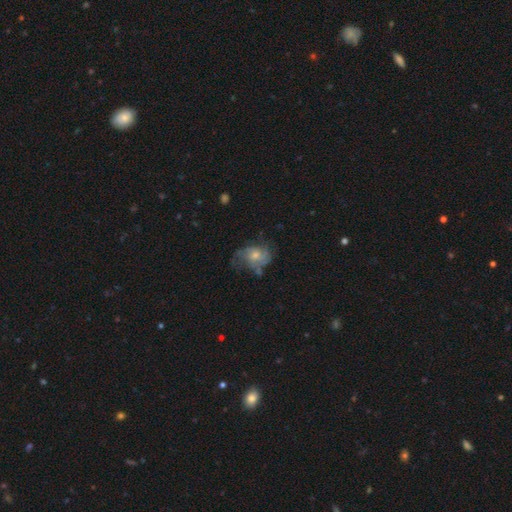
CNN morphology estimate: A featured or disk galaxy (61%) with no bar (73%), spiral arms (74%) and a moderate central bulge (51%). Merging: none (42%).